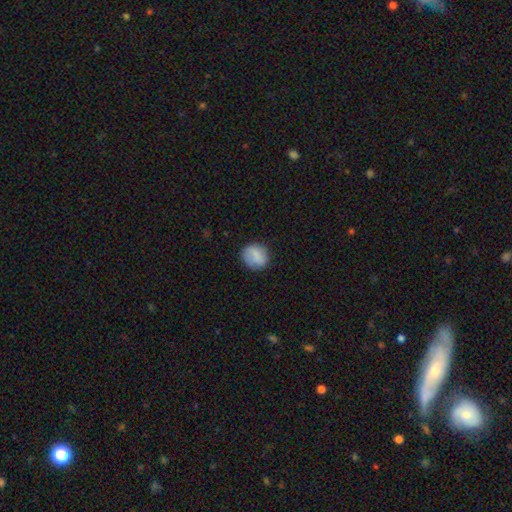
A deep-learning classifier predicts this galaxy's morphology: Smooth or featured: smooth — 82% (featured or disk — 10%)
How rounded: round — 77% (in between — 22%)
Merging: none — 80% (minor disturbance — 15%)